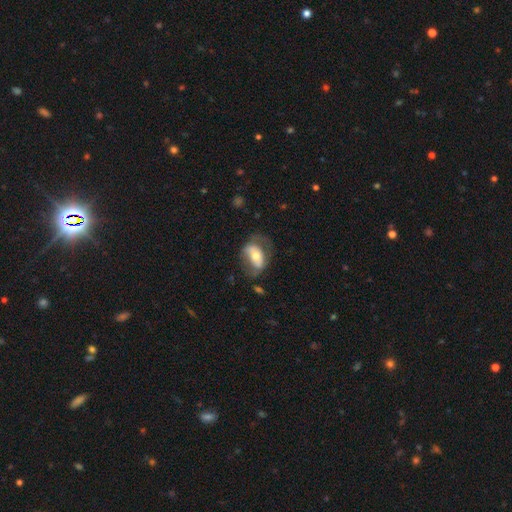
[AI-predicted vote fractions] Smooth or featured?
  - featured or disk: 50% *
  - smooth: 44%
  - star or artifact: 7%
Merging?
  - none: 45% *
  - major disturbance: 26%
  - minor disturbance: 25%
  - merger: 3%